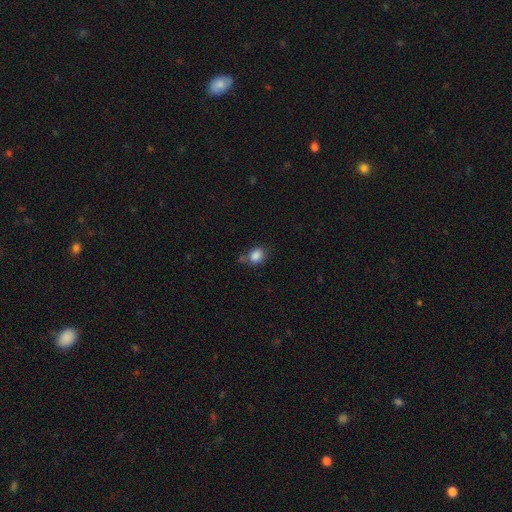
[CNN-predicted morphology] The model was most divided on "how rounded": round: 53%, in between: 46%, cigar-shaped: 1%. More confident: smooth or featured — smooth (85%); merging — none (58%).